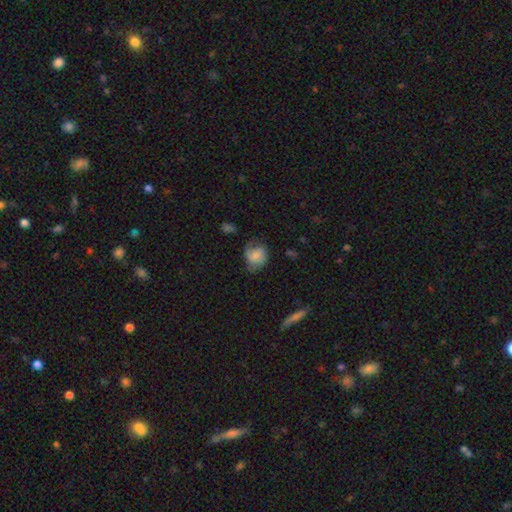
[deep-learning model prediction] Smooth or featured: smooth — 60% (featured or disk — 32%)
How rounded: round — 56% (in between — 43%)
Merging: none — 48% (minor disturbance — 31%)